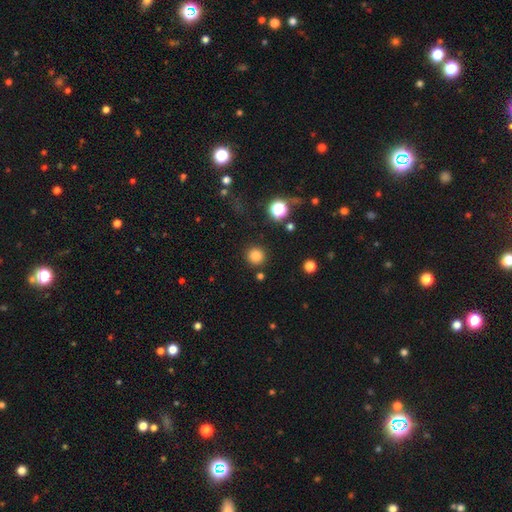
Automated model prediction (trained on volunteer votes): Smooth or featured? Predicted: smooth (p=0.82). How rounded? Predicted: round (p=0.95). Merging? Predicted: none (p=0.89).